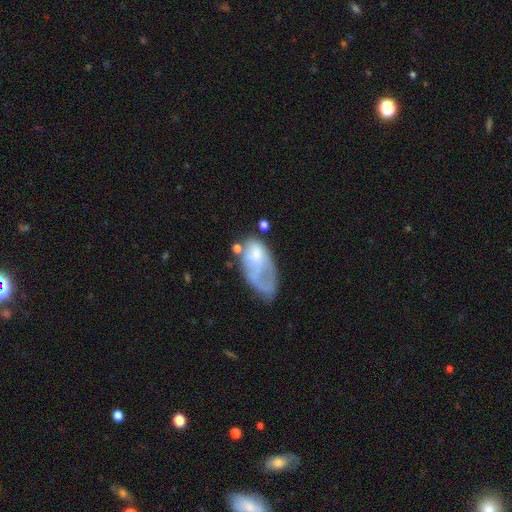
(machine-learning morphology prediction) Smooth or featured? smooth (46%, tied with featured or disk)
Merging? major disturbance (35%)